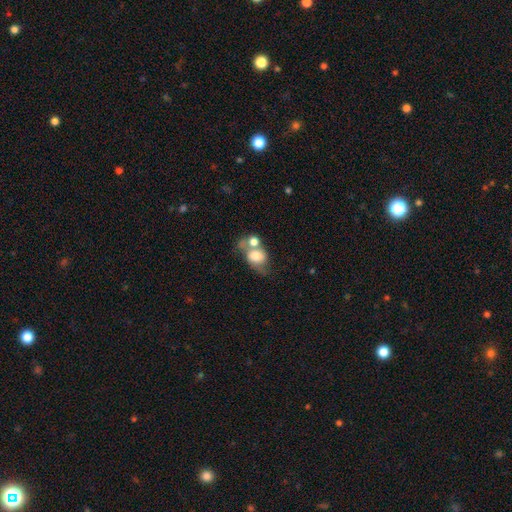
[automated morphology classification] A smooth galaxy with no disk features (61%) that is in between round and cigar-shaped (59%). Merging: merger (51%).